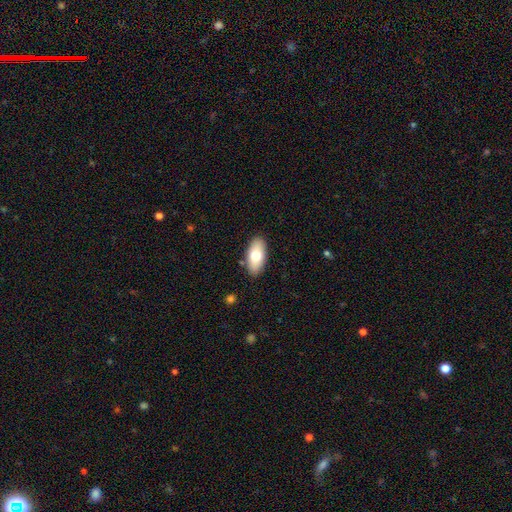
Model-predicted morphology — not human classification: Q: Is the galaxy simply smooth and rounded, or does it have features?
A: smooth — 74%.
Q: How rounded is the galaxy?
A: in between — 92%.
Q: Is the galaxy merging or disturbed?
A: none — 87%.